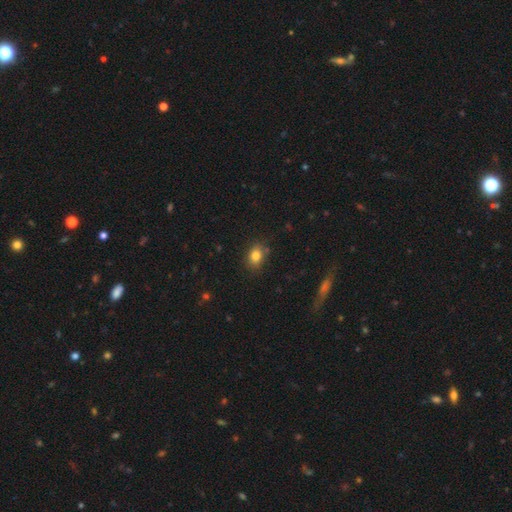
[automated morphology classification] Smooth or featured? Predicted: smooth (p=0.82). How rounded? Predicted: in between (p=0.67). Merging? Predicted: none (p=0.79).